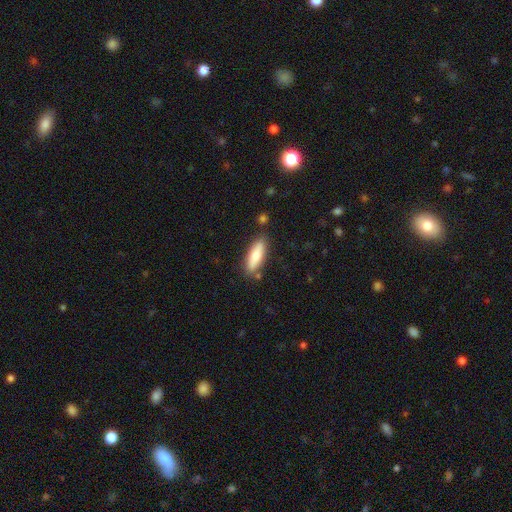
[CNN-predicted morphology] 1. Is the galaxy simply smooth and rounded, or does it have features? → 77% smooth, 17% featured or disk, 6% star or artifact.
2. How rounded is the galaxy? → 50% in between, 48% cigar-shaped, 2% round.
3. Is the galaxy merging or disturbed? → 82% none, 12% minor disturbance, 4% merger, 3% major disturbance.